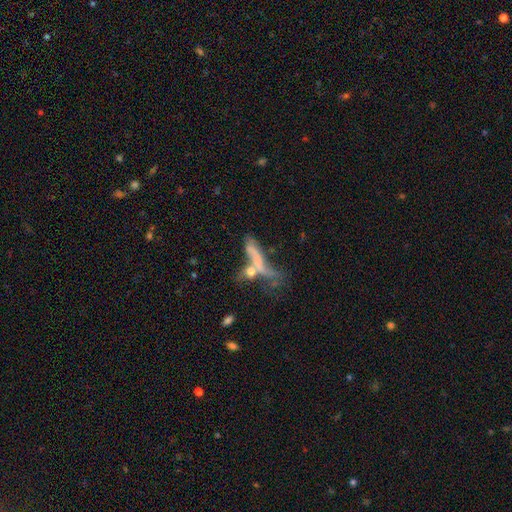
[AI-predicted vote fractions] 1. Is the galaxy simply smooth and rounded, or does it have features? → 48% featured or disk, 41% smooth, 11% star or artifact.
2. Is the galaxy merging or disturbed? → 47% merger, 21% major disturbance, 20% none, 12% minor disturbance.